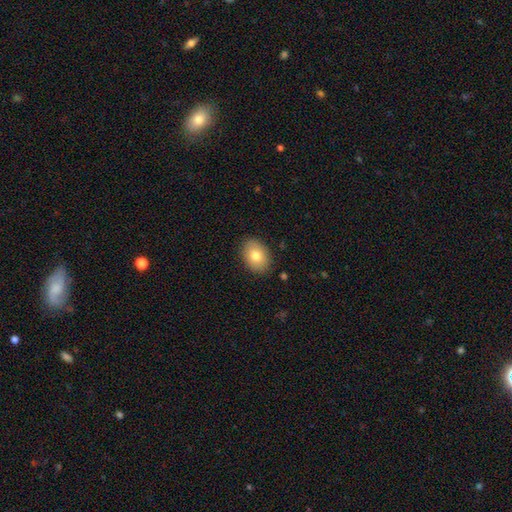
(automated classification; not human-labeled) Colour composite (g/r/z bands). It shows a smooth galaxy with no disk features (79%) that is in between round and cigar-shaped (78%). Merging: none (88%).